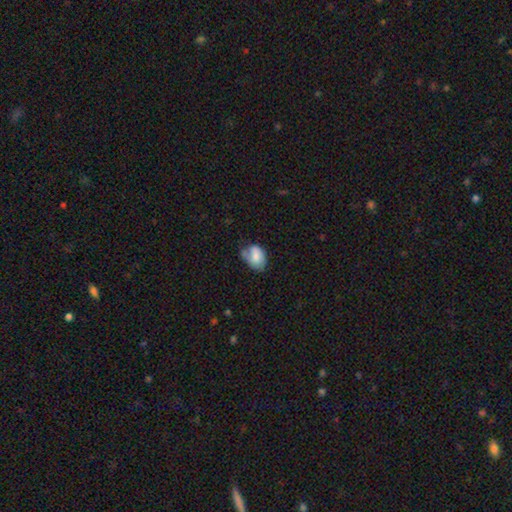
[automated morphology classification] This appears to be a smooth galaxy with no disk features (68%) that is in between round and cigar-shaped (77%). Merging: minor disturbance (38%, tied with none).